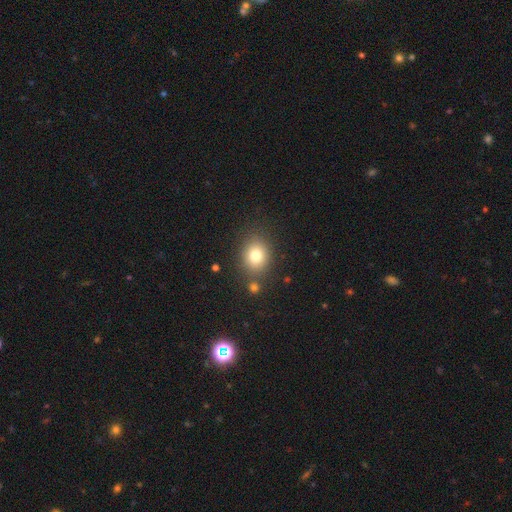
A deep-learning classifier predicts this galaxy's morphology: smooth 79%, star or artifact 12%, featured or disk 9%. Down the decision tree: how rounded — round (60%); merging — none (77%).